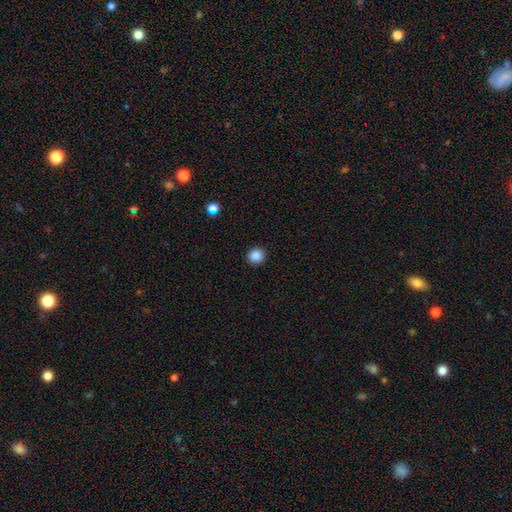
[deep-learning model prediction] Overall: smooth (87%). How rounded: round (93%). Merging: none (92%).